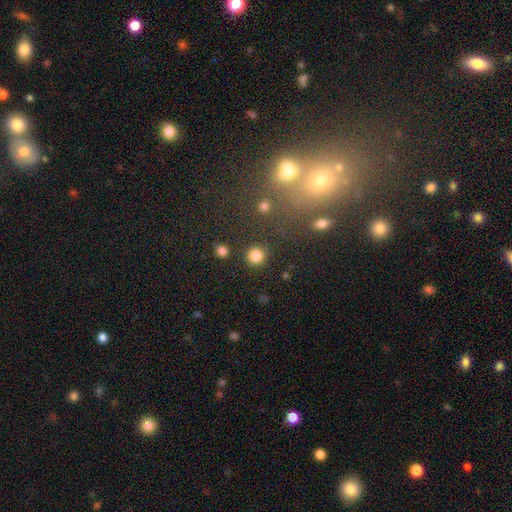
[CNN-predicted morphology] This appears to be a smooth galaxy with no disk features (85%) that is round (93%). Merging: none (89%).